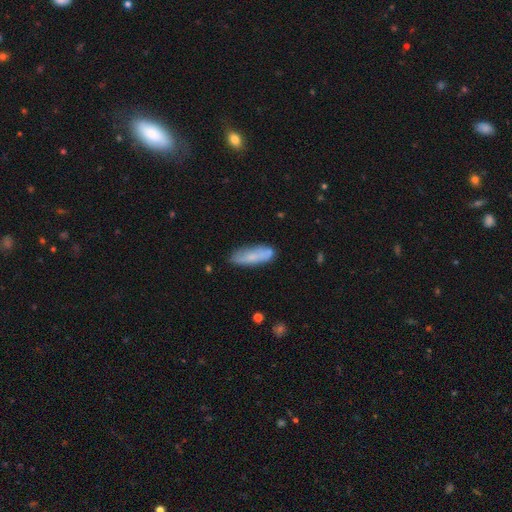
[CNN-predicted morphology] A smooth galaxy with no disk features (69%) that is cigar-shaped (54%).

Vote fractions:
- Smooth or featured? smooth: 69% / featured or disk: 24% / star or artifact: 7%
- How rounded? cigar-shaped: 54% / in between: 44% / round: 2%
- Merging? none: 73% / minor disturbance: 18% / merger: 5% / major disturbance: 4%